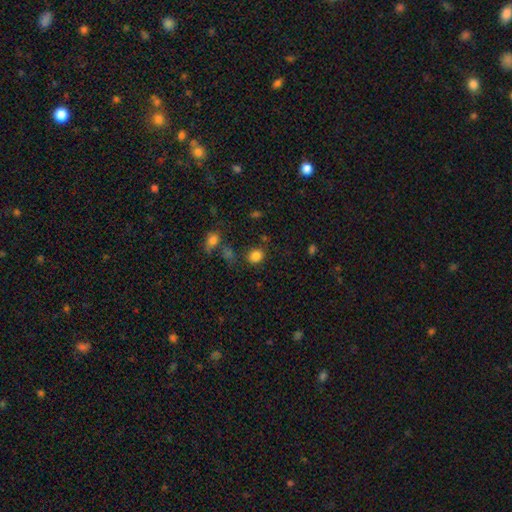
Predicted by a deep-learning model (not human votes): smooth 83%, star or artifact 13%, featured or disk 5%. Down the decision tree: how rounded — round (68%); merging — none (79%).